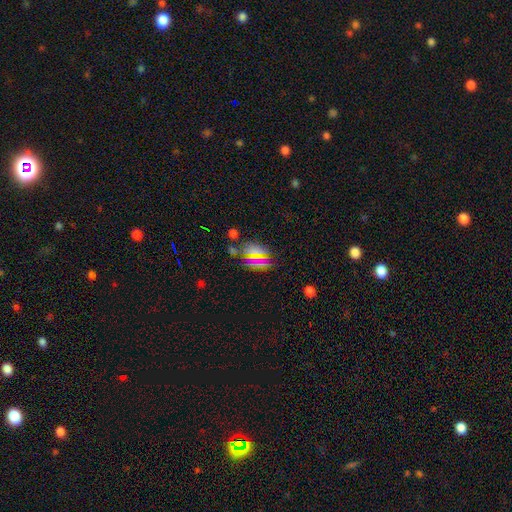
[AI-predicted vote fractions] Smooth or featured?
  - smooth: 54% *
  - star or artifact: 34%
  - featured or disk: 11%
How rounded?
  - in between: 53% *
  - round: 42%
  - cigar-shaped: 5%
Merging?
  - none: 65% *
  - minor disturbance: 17%
  - merger: 10%
  - major disturbance: 8%